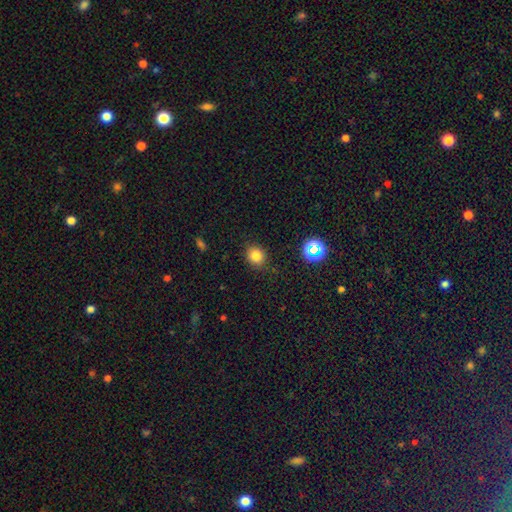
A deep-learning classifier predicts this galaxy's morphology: smooth-or-featured: smooth: 80% | star or artifact: 15% | featured or disk: 6%
  how-rounded: round: 75% | in between: 24% | cigar-shaped: 1%
  merging: none: 85% | minor disturbance: 10% | major disturbance: 3% | merger: 1%